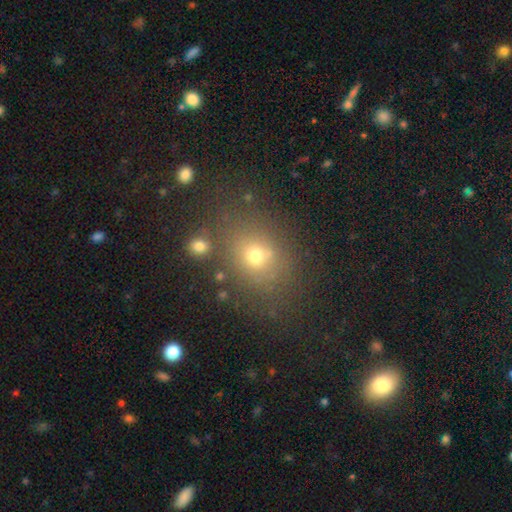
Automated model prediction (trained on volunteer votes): A smooth galaxy with no disk features (67%) that is round (53%).

Vote fractions:
- Smooth or featured? smooth: 67% / star or artifact: 20% / featured or disk: 13%
- How rounded? round: 53% / in between: 46% / cigar-shaped: 1%
- Merging? none: 72% / minor disturbance: 14% / merger: 8% / major disturbance: 6%